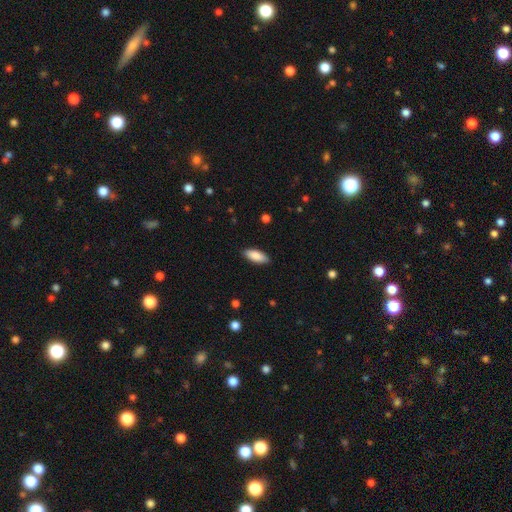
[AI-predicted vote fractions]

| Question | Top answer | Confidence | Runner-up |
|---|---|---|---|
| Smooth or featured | smooth | 87% | featured or disk (7%) |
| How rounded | in between | 78% | cigar-shaped (20%) |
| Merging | none | 89% | minor disturbance (8%) |